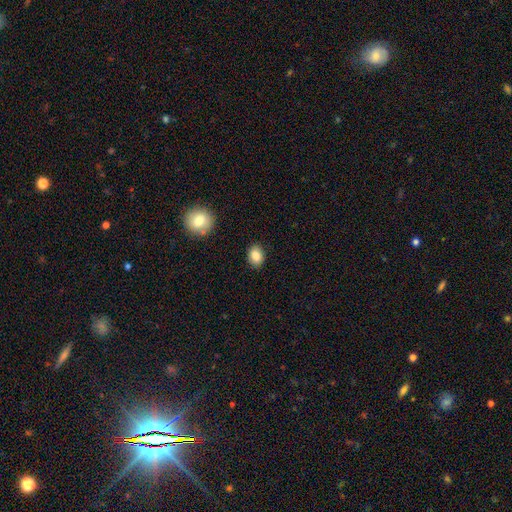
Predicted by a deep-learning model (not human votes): This is clearly a smooth galaxy (84%). How rounded: likely in between (63%). Merging: clearly none (89%).